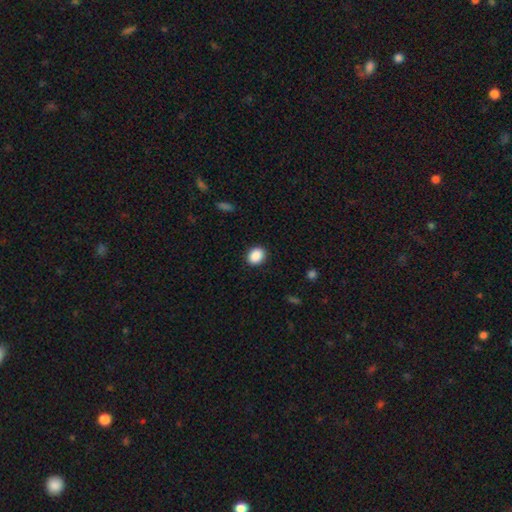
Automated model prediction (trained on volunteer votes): This is clearly a smooth galaxy (89%). How rounded: possibly in between (51%). Merging: clearly none (89%).